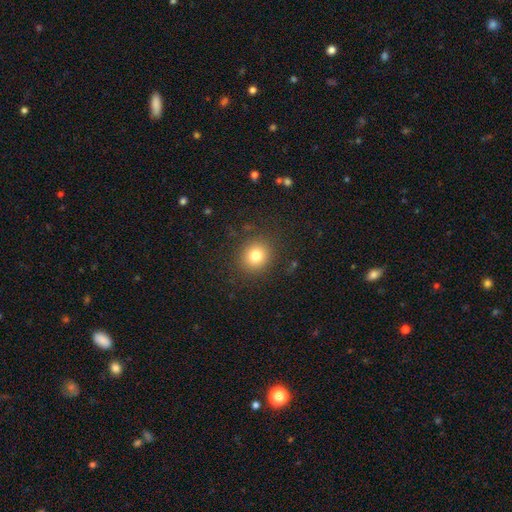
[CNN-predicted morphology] This appears to be a smooth galaxy with no disk features (78%) that is round (84%). Merging: none (87%).